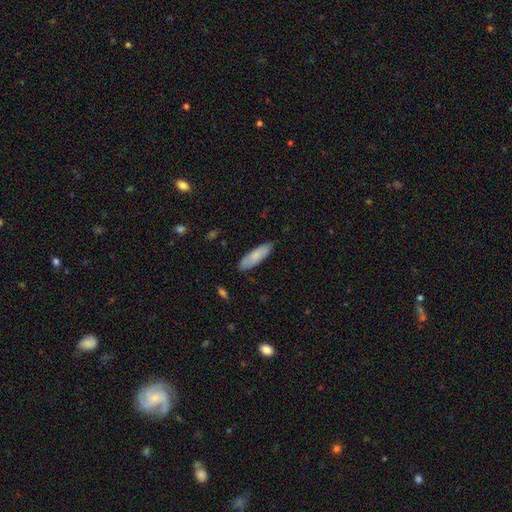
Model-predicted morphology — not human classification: smooth-or-featured: smooth: 77% | featured or disk: 17% | star or artifact: 6%
  how-rounded: in between: 53% | cigar-shaped: 46% | round: 2%
  merging: none: 84% | minor disturbance: 13% | major disturbance: 2% | merger: 1%